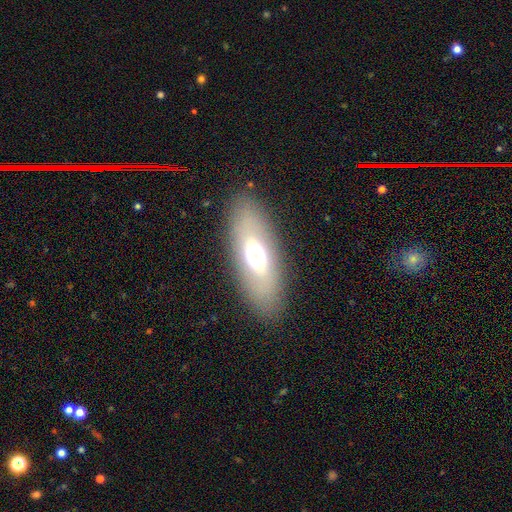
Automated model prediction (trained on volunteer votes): This appears to be a smooth galaxy with no disk features (58%) that is in between round and cigar-shaped (77%). Merging: none (85%).